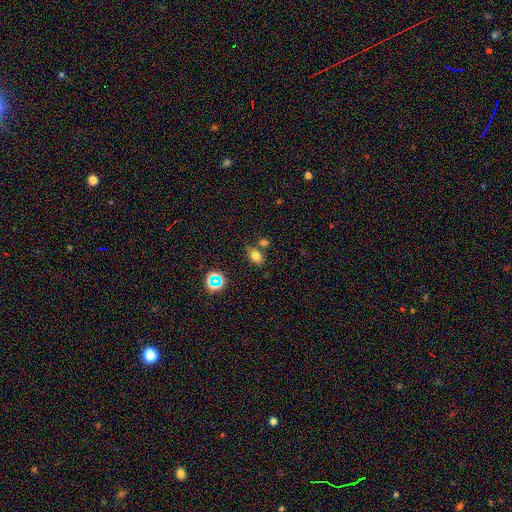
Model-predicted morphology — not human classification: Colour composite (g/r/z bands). It shows a smooth galaxy with no disk features (75%) that is in between round and cigar-shaped (71%). Merging: none (60%).